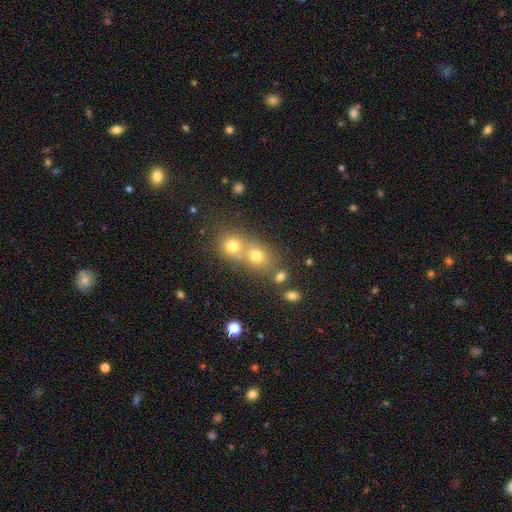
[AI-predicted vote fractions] Morphology: type=smooth (57%); roundness=round (79%); merging=merger (56%).